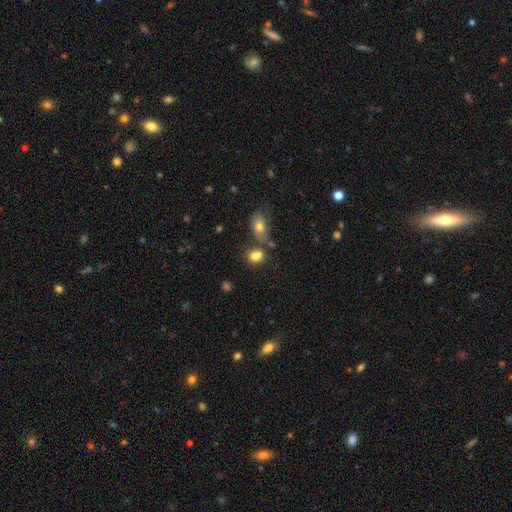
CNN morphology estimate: A smooth galaxy with no disk features (81%) that is in between round and cigar-shaped (77%). Merging: none (50%).